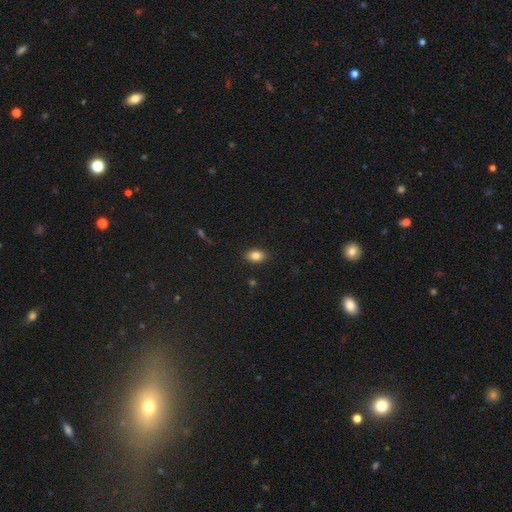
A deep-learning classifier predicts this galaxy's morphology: Smooth or featured: smooth — 84% (star or artifact — 9%)
How rounded: in between — 82% (round — 16%)
Merging: none — 87% (minor disturbance — 9%)